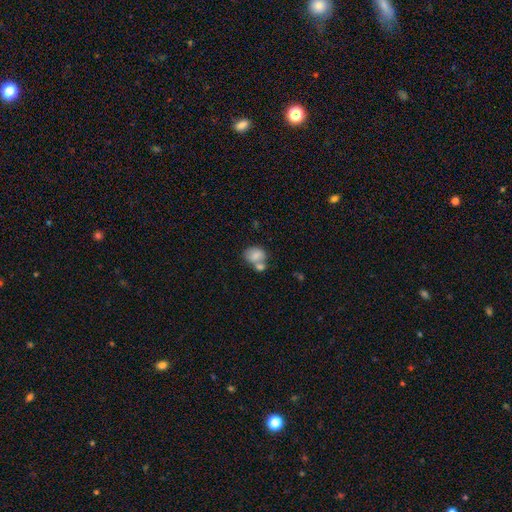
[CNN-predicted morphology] Smooth or featured? smooth (77%)
How rounded? in between (58%)
Merging? merger (48%)